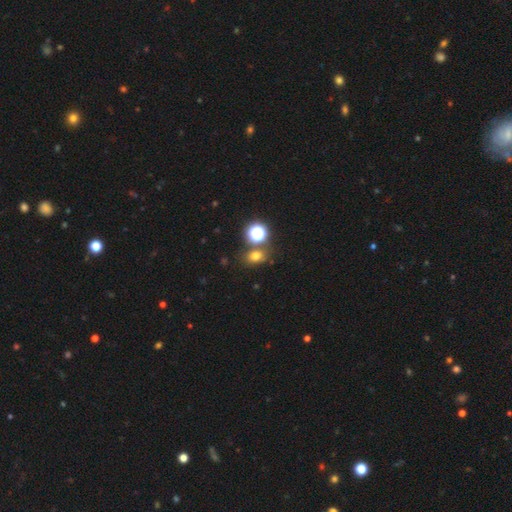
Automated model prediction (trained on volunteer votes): This is likely a smooth galaxy (70%). How rounded: possibly in between (50%). Merging: likely none (72%).